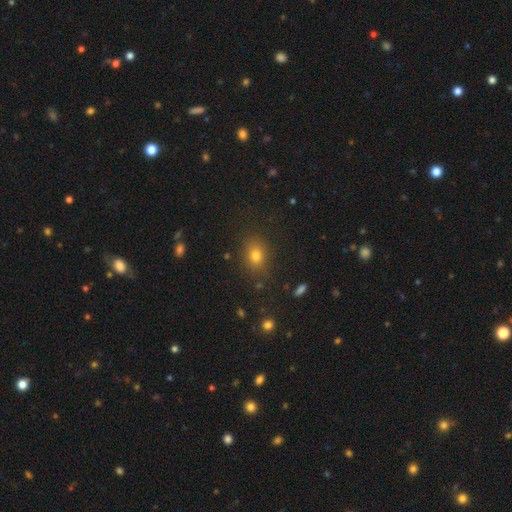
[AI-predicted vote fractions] Overall: smooth (76%). How rounded: in between (56%; round 43%). Merging: none (84%).